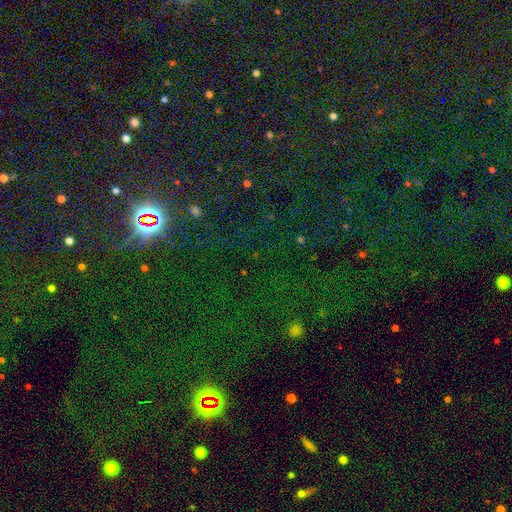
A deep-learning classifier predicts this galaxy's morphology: smooth-or-featured: star or artifact: 76% | smooth: 16% | featured or disk: 8%